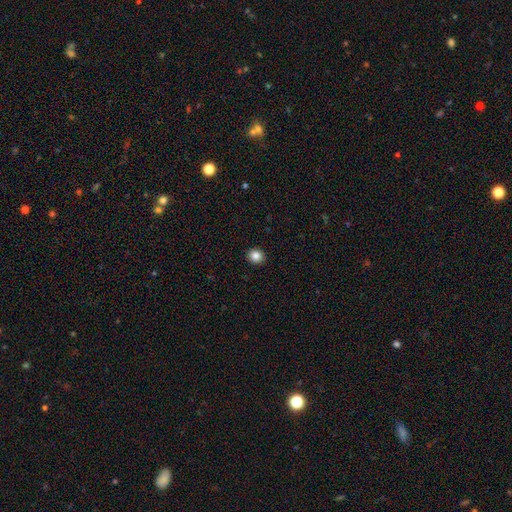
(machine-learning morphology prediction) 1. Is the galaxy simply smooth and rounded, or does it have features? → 85% smooth, 10% star or artifact, 4% featured or disk.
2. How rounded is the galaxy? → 81% round, 18% in between, 1% cigar-shaped.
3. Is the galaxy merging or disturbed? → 93% none, 5% minor disturbance, 1% major disturbance, 1% merger.